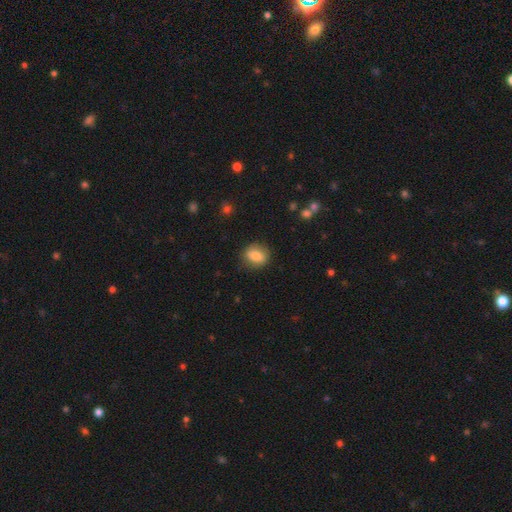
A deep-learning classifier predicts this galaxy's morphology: smooth_or_featured: smooth (p=0.80) [alt: featured or disk p=0.12]
how_rounded: in between (p=0.50) [alt: round p=0.48]
merging: none (p=0.81) [alt: minor disturbance p=0.14]